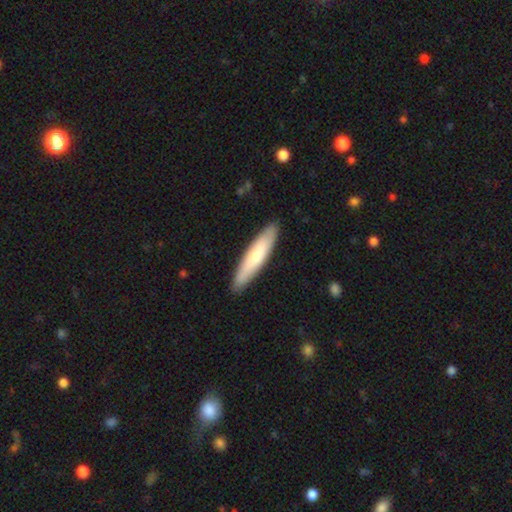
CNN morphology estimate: A smooth galaxy with no disk features (60%) that is cigar-shaped (85%). Merging: none (89%).